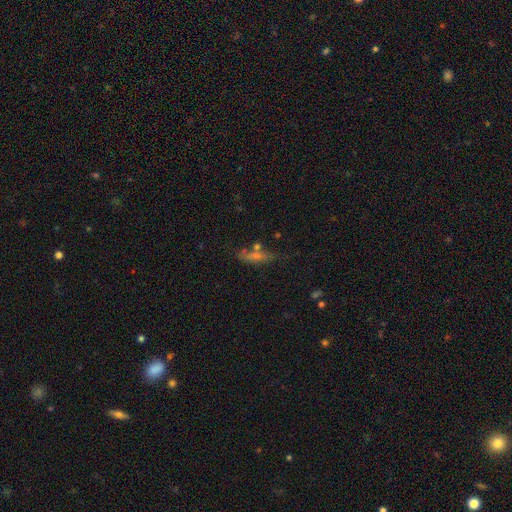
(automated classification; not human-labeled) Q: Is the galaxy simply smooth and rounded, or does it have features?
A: smooth — 53%.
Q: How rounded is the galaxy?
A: cigar-shaped — 62%.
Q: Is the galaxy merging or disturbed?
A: none — 58%.